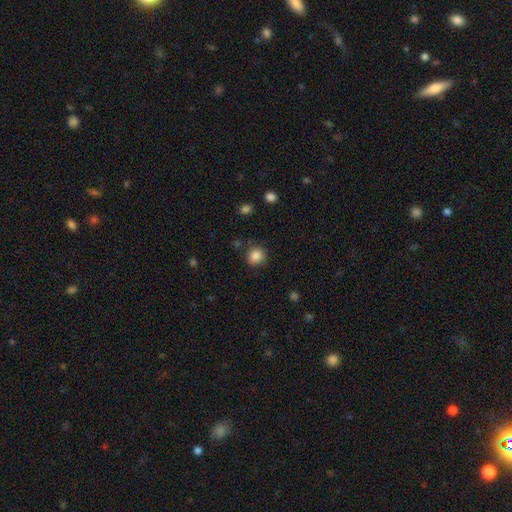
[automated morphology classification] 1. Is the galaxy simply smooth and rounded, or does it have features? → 85% smooth, 10% star or artifact, 4% featured or disk.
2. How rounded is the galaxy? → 82% round, 17% in between, 1% cigar-shaped.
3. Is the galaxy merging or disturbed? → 84% none, 10% minor disturbance, 3% major disturbance, 3% merger.